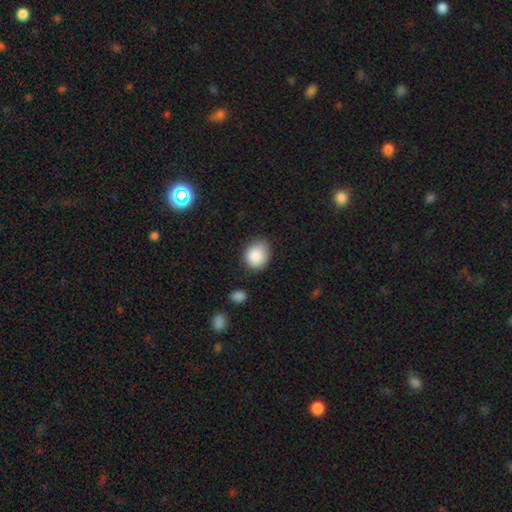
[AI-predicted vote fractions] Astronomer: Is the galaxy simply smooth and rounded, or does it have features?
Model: smooth — 87%.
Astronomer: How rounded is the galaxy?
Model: round — 59% (runner-up: in between, 40%).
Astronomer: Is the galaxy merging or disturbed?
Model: none — 71%.